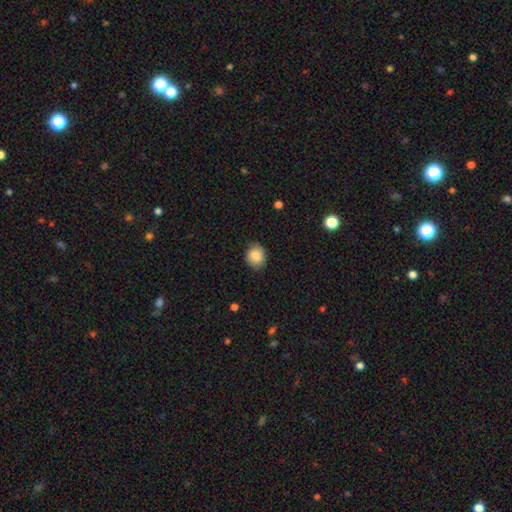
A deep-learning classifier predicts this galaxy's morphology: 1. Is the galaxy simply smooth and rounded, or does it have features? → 86% smooth, 8% star or artifact, 6% featured or disk.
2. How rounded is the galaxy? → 71% round, 28% in between, 1% cigar-shaped.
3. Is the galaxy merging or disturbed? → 84% none, 13% minor disturbance, 2% major disturbance, 1% merger.